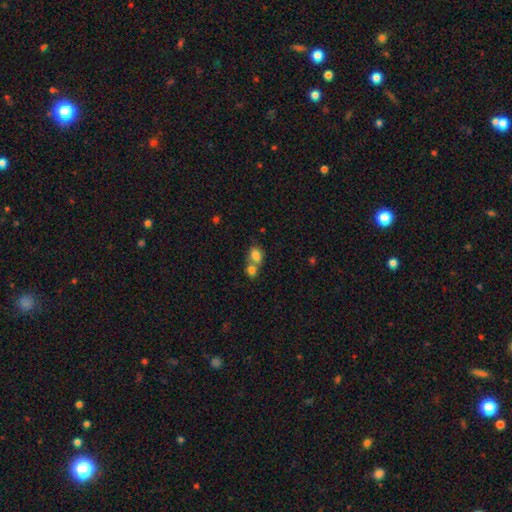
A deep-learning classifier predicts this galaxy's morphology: A smooth galaxy with no disk features (81%) that is in between round and cigar-shaped (51%).

Vote fractions:
- Smooth or featured? smooth: 81% / featured or disk: 10% / star or artifact: 10%
- How rounded? in between: 51% / round: 48% / cigar-shaped: 1%
- Merging? merger: 61% / none: 30% / minor disturbance: 7% / major disturbance: 3%